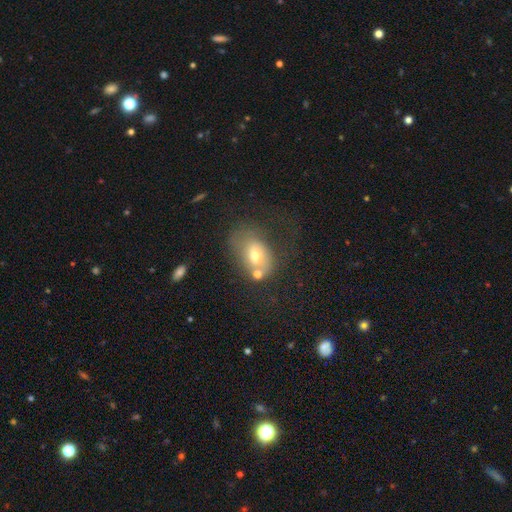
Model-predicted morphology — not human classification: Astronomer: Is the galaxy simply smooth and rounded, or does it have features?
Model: smooth — 63%.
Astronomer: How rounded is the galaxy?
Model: in between — 77%.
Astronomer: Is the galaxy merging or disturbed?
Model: none — 37% (runner-up: minor disturbance, 24%).